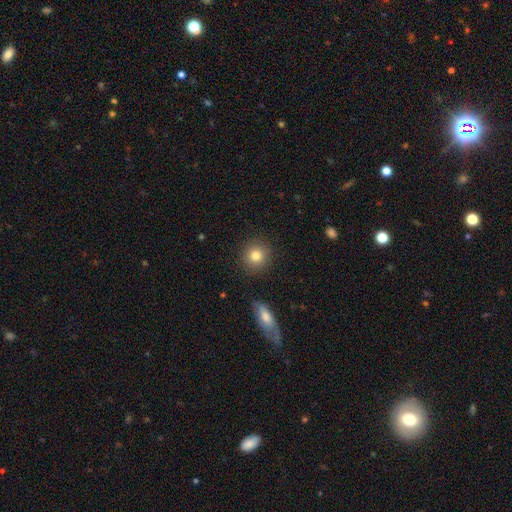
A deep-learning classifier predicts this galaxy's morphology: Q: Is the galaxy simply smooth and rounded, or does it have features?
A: smooth — 82%.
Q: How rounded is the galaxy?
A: round — 89%.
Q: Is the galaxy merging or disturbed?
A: none — 89%.